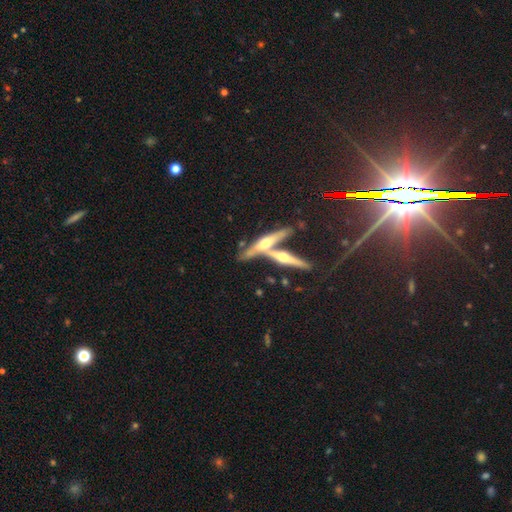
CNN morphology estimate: Q: Smooth or featured?
A: featured or disk (66%); runner-up: smooth (27%)
Q: Edge-on disk?
A: yes (91%); runner-up: no (9%)
Q: Edge-on bulge?
A: rounded (92%); runner-up: none (4%)
Q: Merging?
A: none (45%); runner-up: merger (42%)